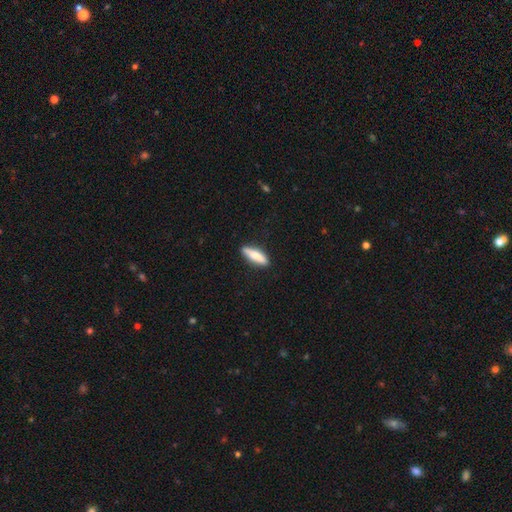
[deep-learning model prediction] Q: Smooth or featured?
A: smooth (74%); runner-up: featured or disk (20%)
Q: How rounded?
A: cigar-shaped (63%); runner-up: in between (35%)
Q: Merging?
A: none (86%); runner-up: minor disturbance (11%)